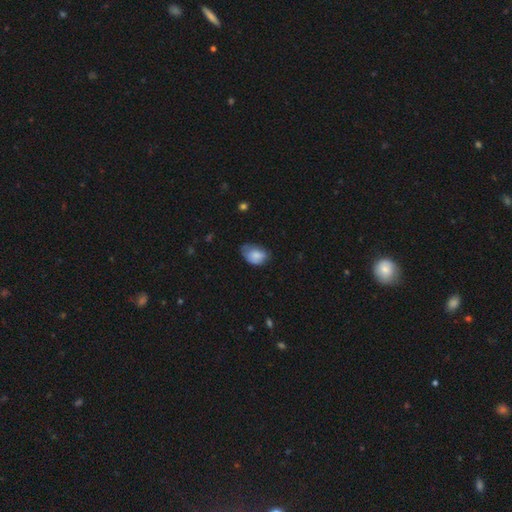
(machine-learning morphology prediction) type=smooth (78%); roundness=in between (83%); merging=minor disturbance (42%).